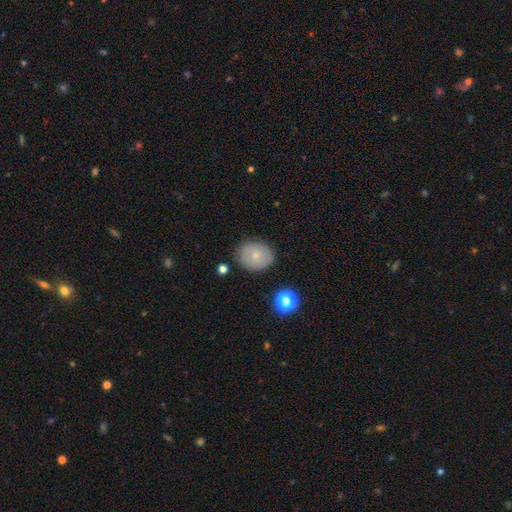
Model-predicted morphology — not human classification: Q: Smooth or featured?
A: smooth (71%); runner-up: featured or disk (20%)
Q: How rounded?
A: round (56%); runner-up: in between (43%)
Q: Merging?
A: none (83%); runner-up: minor disturbance (12%)